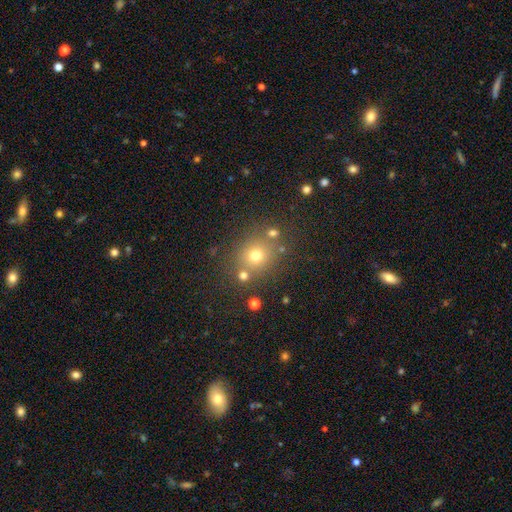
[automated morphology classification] Smooth or featured? smooth (70%)
How rounded? round (82%)
Merging? none (75%)